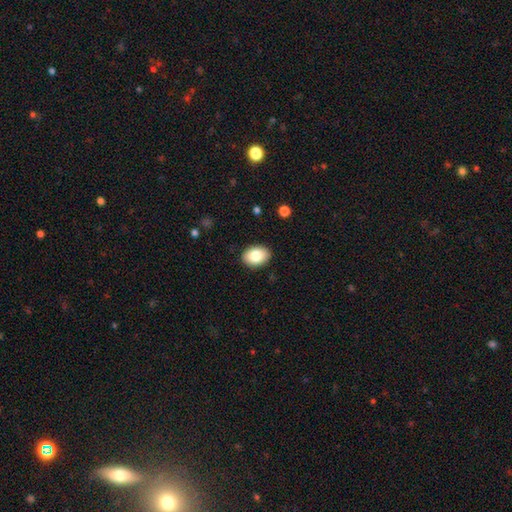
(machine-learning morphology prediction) This appears to be a smooth galaxy with no disk features (84%) that is in between round and cigar-shaped (82%). Merging: none (89%).